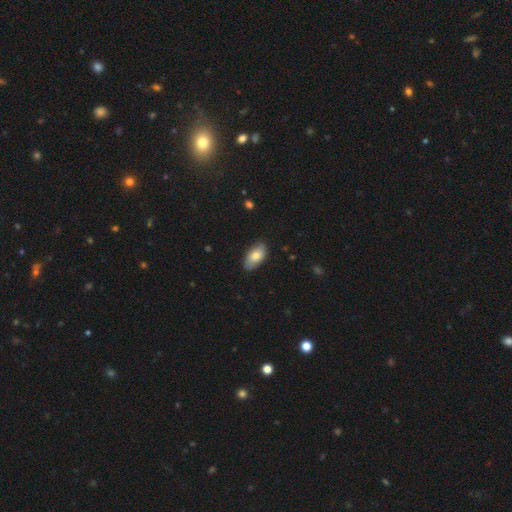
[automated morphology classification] The model was most divided on "smooth or featured": smooth: 79%, featured or disk: 15%, star or artifact: 6%. More confident: how rounded — in between (94%); merging — none (85%).